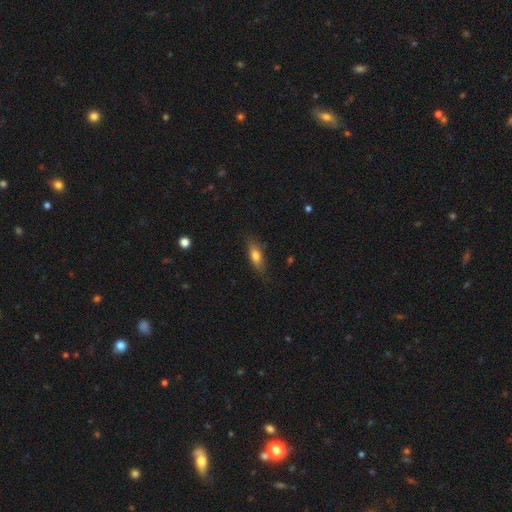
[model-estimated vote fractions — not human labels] Smooth or featured?
  - smooth: 71% *
  - featured or disk: 21%
  - star or artifact: 7%
How rounded?
  - in between: 61% *
  - cigar-shaped: 36%
  - round: 3%
Merging?
  - none: 79% *
  - minor disturbance: 16%
  - major disturbance: 4%
  - merger: 1%